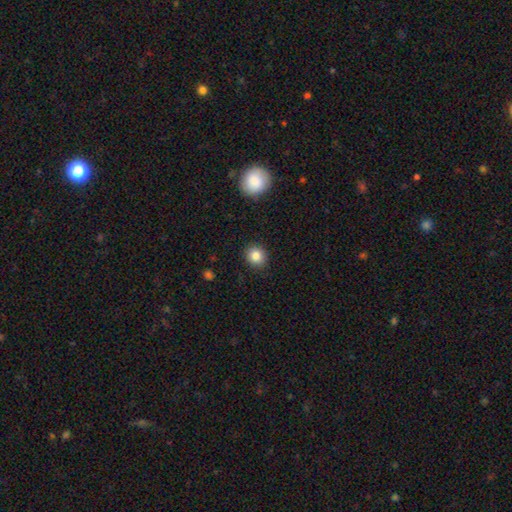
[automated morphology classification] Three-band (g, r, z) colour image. It shows a smooth galaxy with no disk features (84%) that is round (83%). Merging: none (90%).